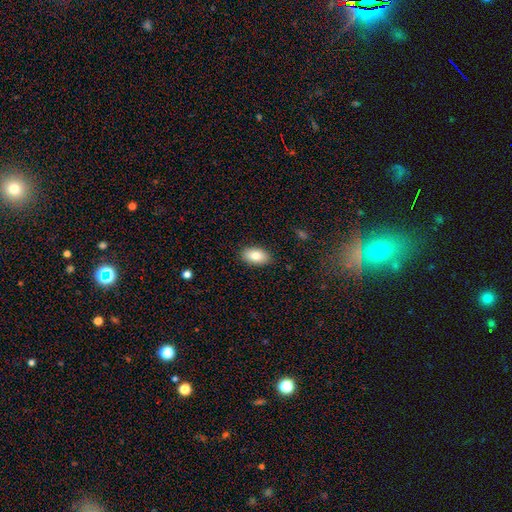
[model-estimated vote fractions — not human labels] Morphology: type=smooth (82%); roundness=in between (93%); merging=none (87%).